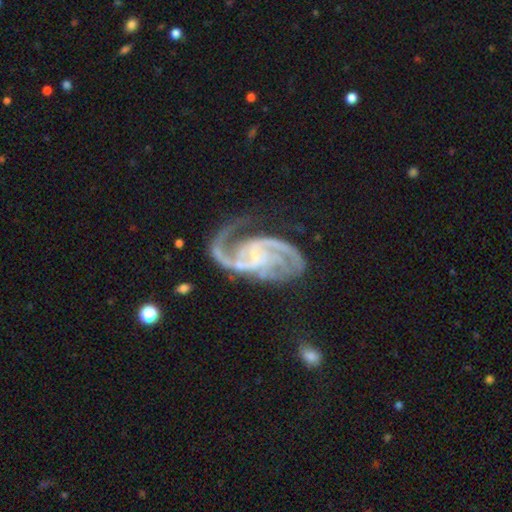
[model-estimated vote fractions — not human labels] This appears to be a featured or disk galaxy (92%) with no bar (44%), 2 (71%) medium (53%) spiral arms (98%) and a small central bulge (57%). Merging: none (56%).